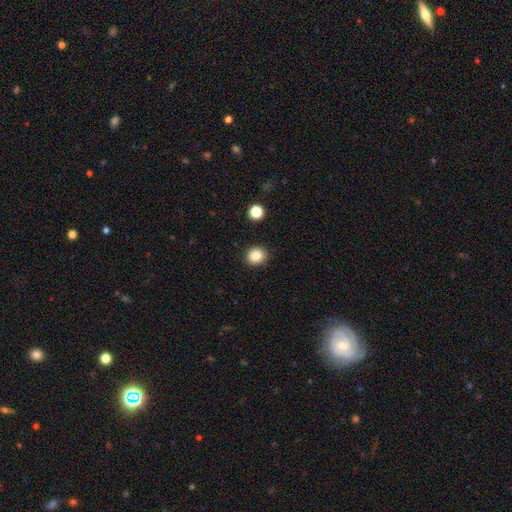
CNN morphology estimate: A smooth galaxy with no disk features (86%) that is round (79%). Merging: none (90%).